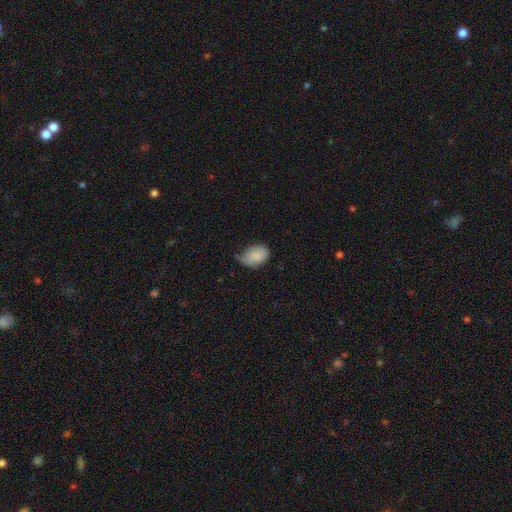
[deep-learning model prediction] Smooth or featured: smooth — 83% (featured or disk — 10%)
How rounded: in between — 84% (round — 14%)
Merging: minor disturbance — 47% (none — 39%)